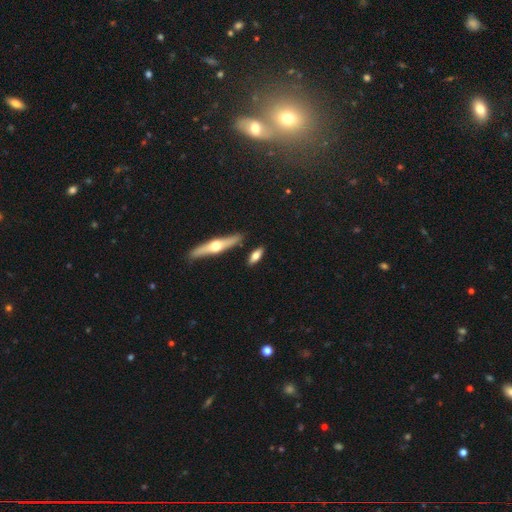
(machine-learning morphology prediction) smooth_or_featured: smooth (p=0.65) [alt: featured or disk p=0.28]
how_rounded: in between (p=0.59) [alt: cigar-shaped p=0.37]
merging: none (p=0.81) [alt: minor disturbance p=0.11]